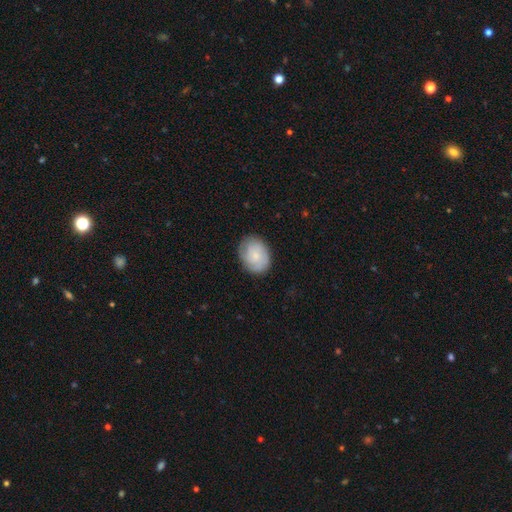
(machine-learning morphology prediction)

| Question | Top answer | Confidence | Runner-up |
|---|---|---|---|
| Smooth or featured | smooth | 62% | featured or disk (31%) |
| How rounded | in between | 60% | round (39%) |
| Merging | none | 79% | minor disturbance (16%) |